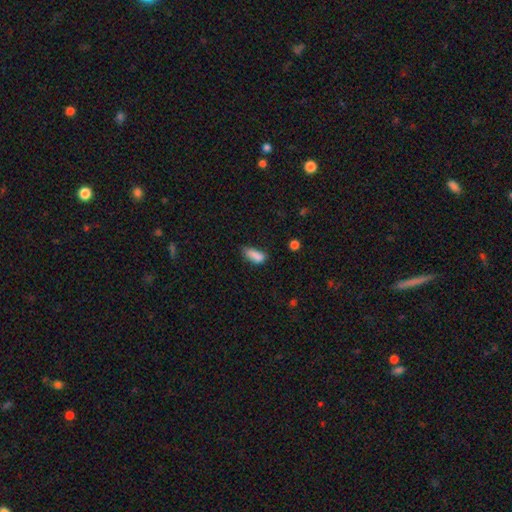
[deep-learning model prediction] Overall: smooth (84%). How rounded: in between (81%). Merging: none (45%; minor disturbance 37%).